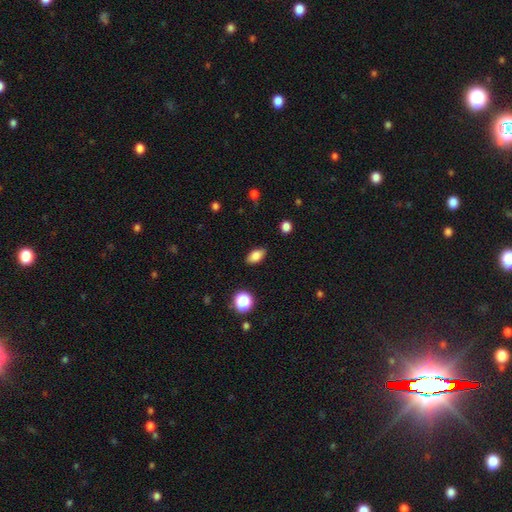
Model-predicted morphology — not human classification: smooth_or_featured: smooth (p=0.83) [alt: star or artifact p=0.09]
how_rounded: in between (p=0.89) [alt: round p=0.07]
merging: none (p=0.86) [alt: minor disturbance p=0.10]